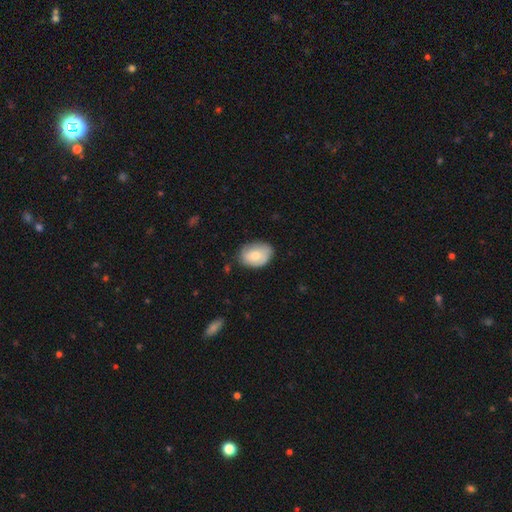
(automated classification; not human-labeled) The model was most divided on "smooth or featured": smooth: 69%, featured or disk: 25%, star or artifact: 6%. More confident: how rounded — in between (77%); merging — none (71%).